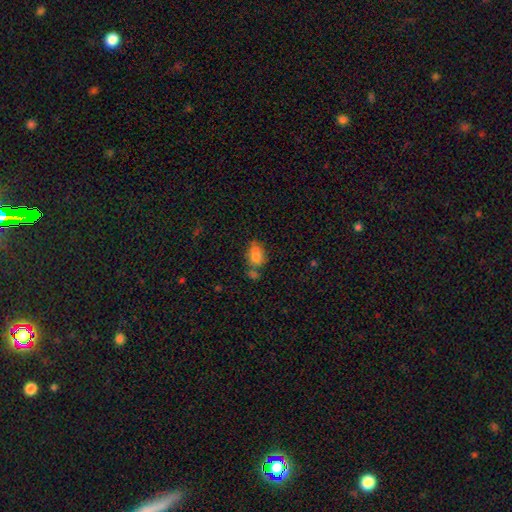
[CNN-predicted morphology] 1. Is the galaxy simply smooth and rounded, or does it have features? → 82% smooth, 9% star or artifact, 9% featured or disk.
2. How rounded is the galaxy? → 79% in between, 20% round, 2% cigar-shaped.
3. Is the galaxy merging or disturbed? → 48% none, 24% merger, 20% minor disturbance, 7% major disturbance.